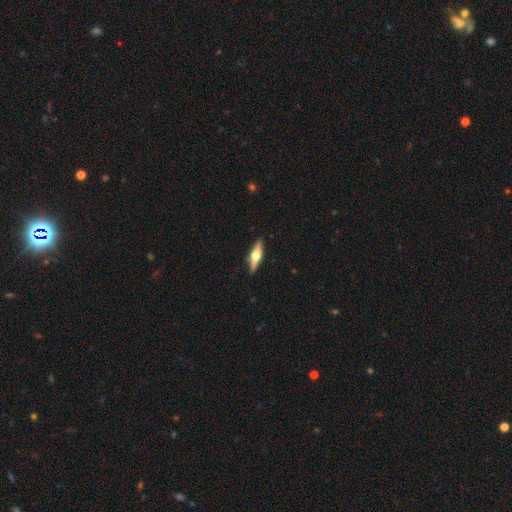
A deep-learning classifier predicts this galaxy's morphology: Smooth or featured? featured or disk (64%)
Edge-on disk? yes (96%)
Edge-on bulge? rounded (94%)
Merging? none (89%)